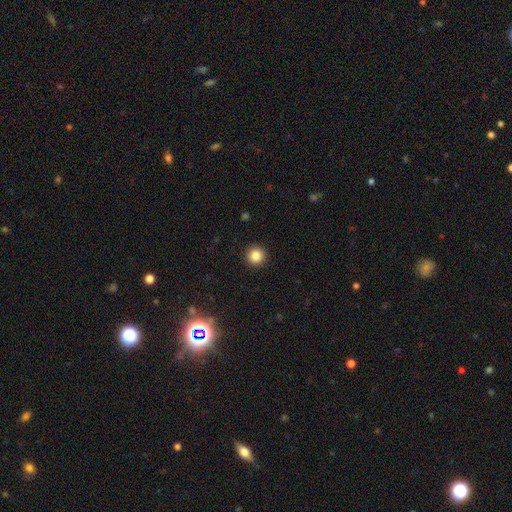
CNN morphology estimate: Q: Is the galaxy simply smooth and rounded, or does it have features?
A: smooth — 84%.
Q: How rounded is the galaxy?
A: round — 96%.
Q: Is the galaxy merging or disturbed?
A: none — 93%.